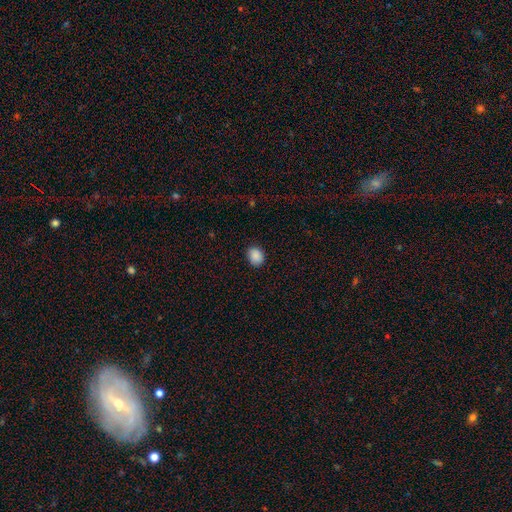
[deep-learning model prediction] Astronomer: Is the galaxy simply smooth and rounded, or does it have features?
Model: smooth — 89%.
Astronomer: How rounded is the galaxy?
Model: in between — 52% (runner-up: round, 47%).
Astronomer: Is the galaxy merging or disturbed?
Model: none — 88%.